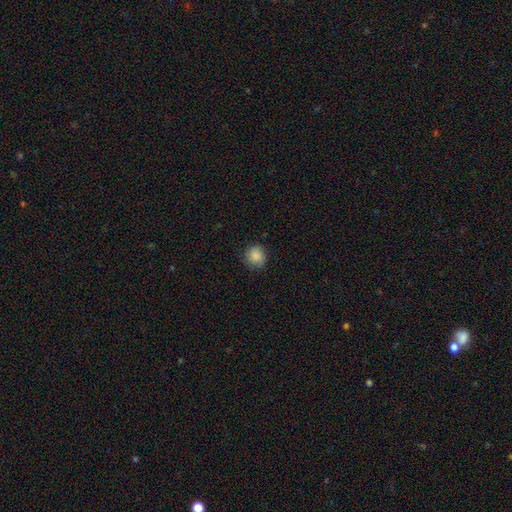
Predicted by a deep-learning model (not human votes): smooth 88%, star or artifact 8%, featured or disk 4%. Down the decision tree: how rounded — round (89%); merging — none (85%).